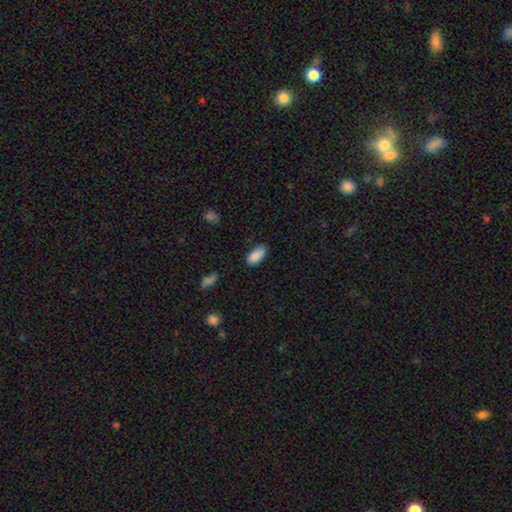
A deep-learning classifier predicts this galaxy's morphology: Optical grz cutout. It shows a smooth galaxy with no disk features (89%) that is in between round and cigar-shaped (90%). Merging: none (82%).